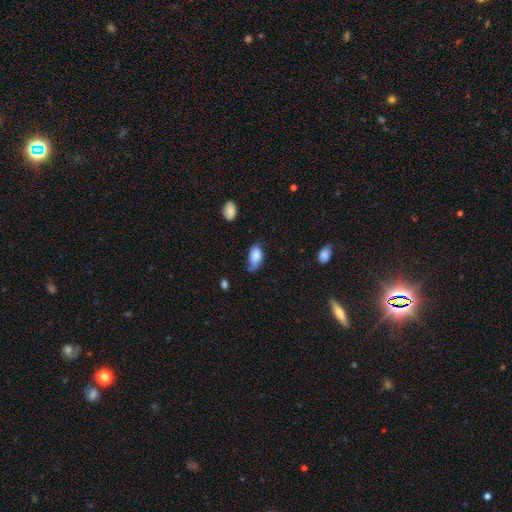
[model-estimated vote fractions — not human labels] Smooth or featured? Predicted: smooth (p=0.76). How rounded? Predicted: in between (p=0.89). Merging? Predicted: minor disturbance (p=0.43).